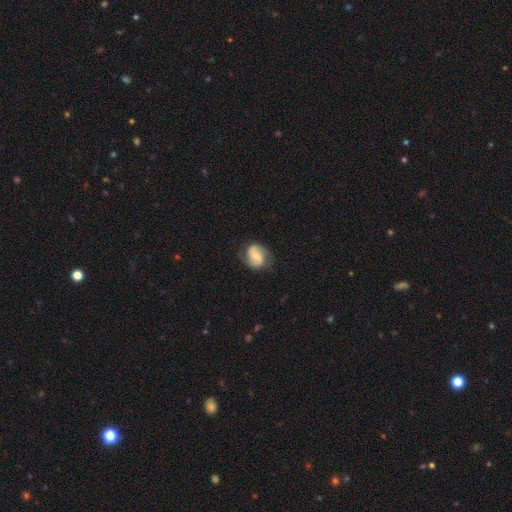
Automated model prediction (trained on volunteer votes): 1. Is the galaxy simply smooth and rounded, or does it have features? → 74% featured or disk, 20% smooth, 6% star or artifact.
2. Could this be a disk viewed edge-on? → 98% no, 2% yes.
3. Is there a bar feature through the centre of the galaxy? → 44% no, 41% weak, 15% strong.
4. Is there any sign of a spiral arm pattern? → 94% yes, 6% no.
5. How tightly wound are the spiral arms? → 49% medium, 28% tight, 24% loose.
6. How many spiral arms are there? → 89% 2, 5% can't tell, 2% 1, 1% 3, 1% 4, 1% more than 4.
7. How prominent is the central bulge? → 45% small, 44% moderate, 6% none, 4% large, 1% dominant.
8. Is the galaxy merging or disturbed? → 75% none, 17% minor disturbance, 6% major disturbance, 1% merger.